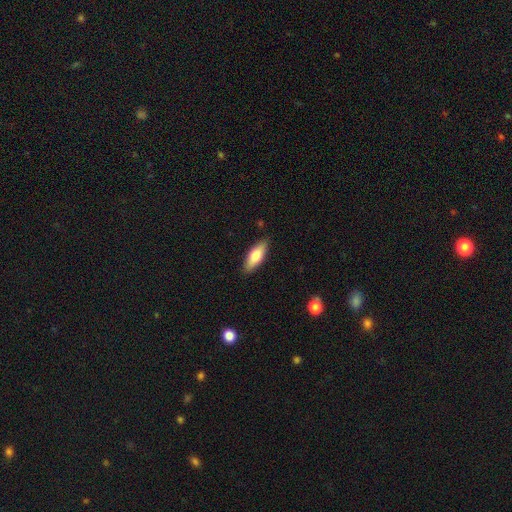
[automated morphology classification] Smooth or featured? smooth (73%)
How rounded? in between (70%)
Merging? none (87%)